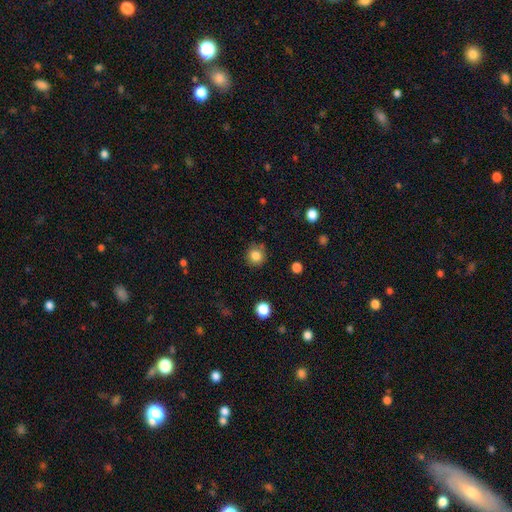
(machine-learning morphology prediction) Smooth or featured? smooth (84%)
How rounded? round (91%)
Merging? none (85%)